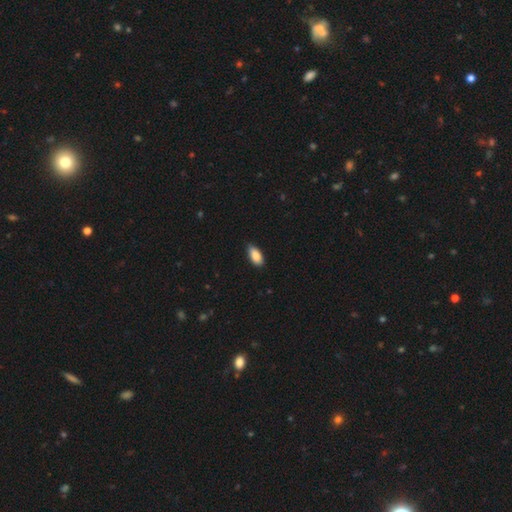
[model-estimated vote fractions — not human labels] Smooth or featured? Predicted: smooth (p=0.88). How rounded? Predicted: in between (p=0.91). Merging? Predicted: none (p=0.81).